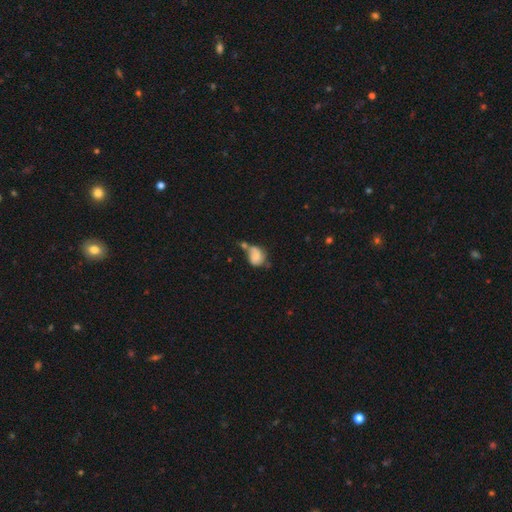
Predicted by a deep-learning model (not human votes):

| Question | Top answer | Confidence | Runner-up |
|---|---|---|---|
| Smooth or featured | smooth | 61% | featured or disk (30%) |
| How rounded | in between | 51% | round (47%) |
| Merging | merger | 34% | none (27%) |